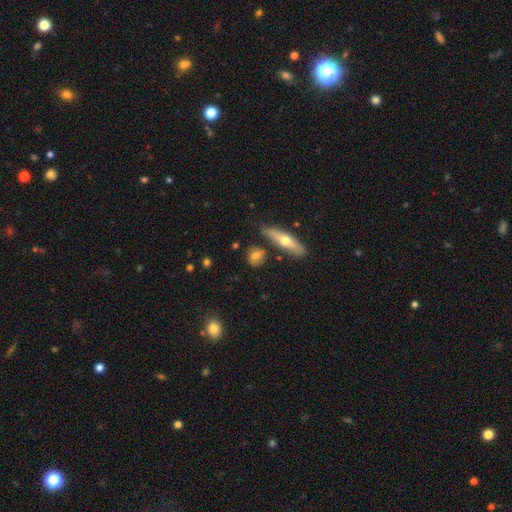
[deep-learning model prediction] A smooth galaxy with no disk features (66%) that is round (53%). Merging: none (74%).